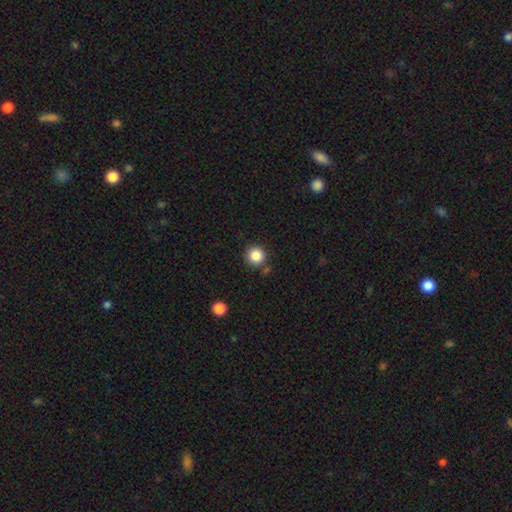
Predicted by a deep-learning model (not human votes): The model was most divided on "smooth or featured": smooth: 86%, star or artifact: 10%, featured or disk: 3%. More confident: how rounded — round (95%); merging — none (85%).